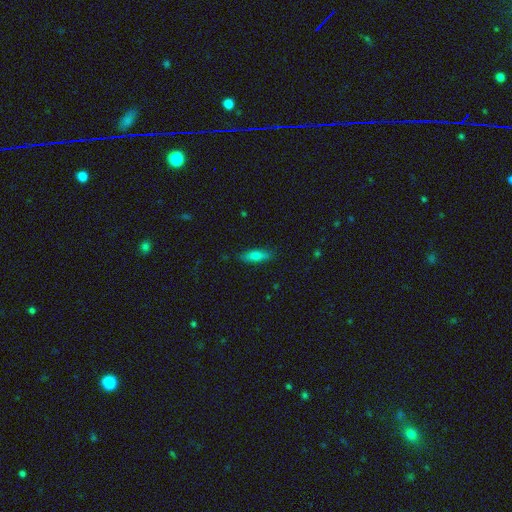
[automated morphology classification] Smooth or featured? Predicted: smooth (p=0.72). How rounded? Predicted: cigar-shaped (p=0.50). Merging? Predicted: none (p=0.86).